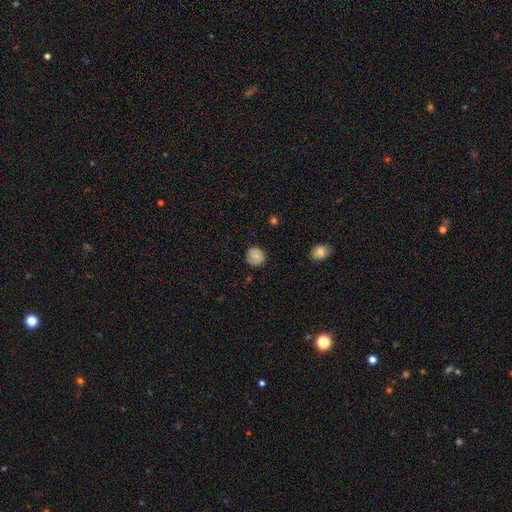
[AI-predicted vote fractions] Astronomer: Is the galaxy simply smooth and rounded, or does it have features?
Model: smooth — 71%.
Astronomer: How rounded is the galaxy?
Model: round — 85%.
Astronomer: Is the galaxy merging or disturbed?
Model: none — 81%.